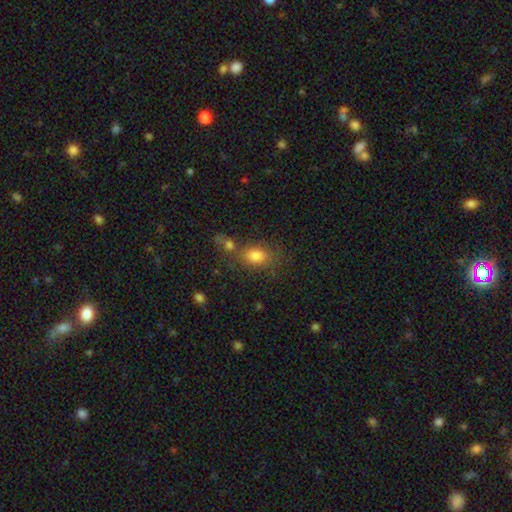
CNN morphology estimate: type=smooth (80%); roundness=in between (77%); merging=none (54%).